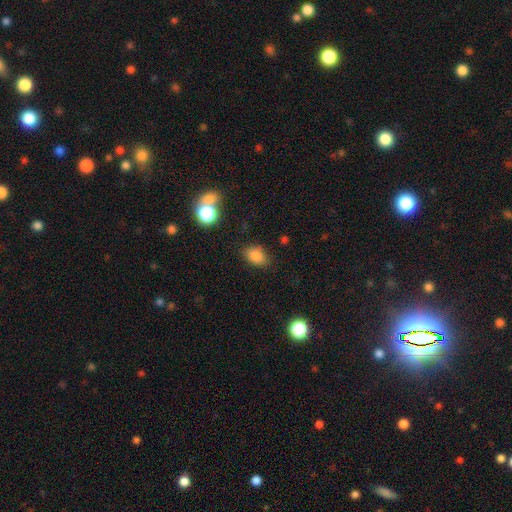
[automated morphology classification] A smooth galaxy with no disk features (84%) that is in between round and cigar-shaped (77%). Merging: none (78%).